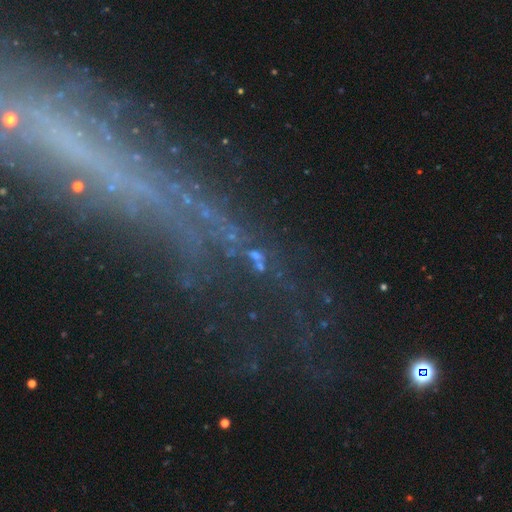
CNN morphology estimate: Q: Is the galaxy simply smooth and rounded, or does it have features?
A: star or artifact — 57%.